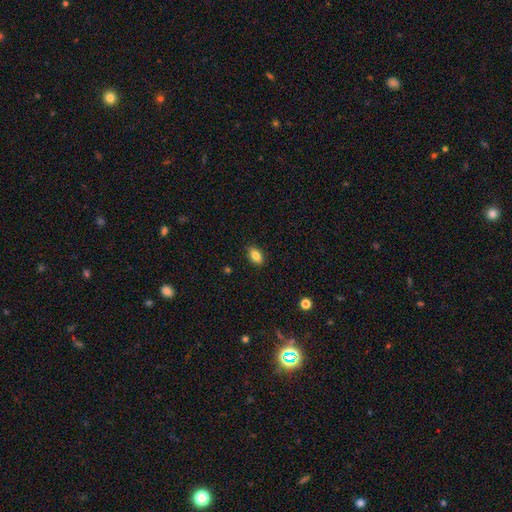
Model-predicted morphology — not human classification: Q: Smooth or featured?
A: smooth (82%); runner-up: featured or disk (9%)
Q: How rounded?
A: in between (88%); runner-up: round (8%)
Q: Merging?
A: none (87%); runner-up: minor disturbance (10%)